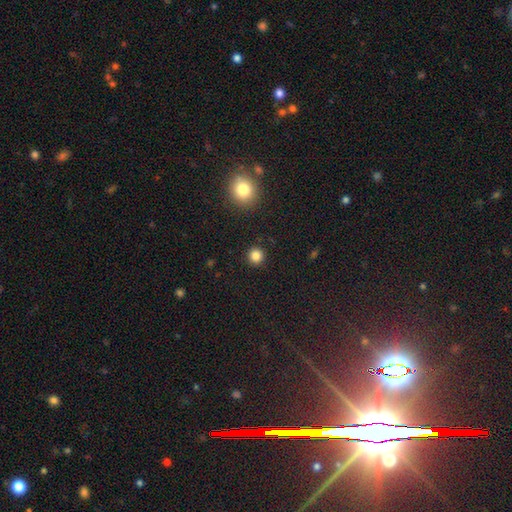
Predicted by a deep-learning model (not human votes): smooth_or_featured: smooth (p=0.83) [alt: star or artifact p=0.12]
how_rounded: round (p=0.94) [alt: in between p=0.05]
merging: none (p=0.92) [alt: minor disturbance p=0.05]